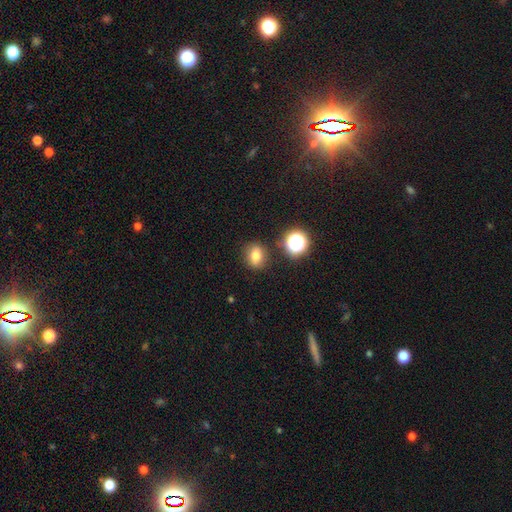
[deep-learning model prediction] This is likely a smooth galaxy (75%). How rounded: possibly round (55%). Merging: clearly none (83%).